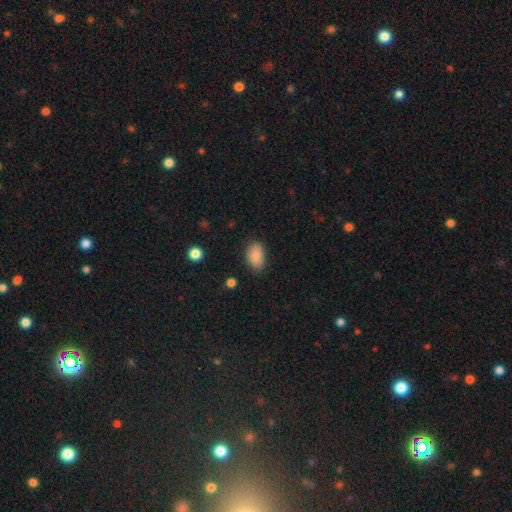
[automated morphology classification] This appears to be a smooth galaxy with no disk features (87%) that is in between round and cigar-shaped (89%). Merging: none (81%).